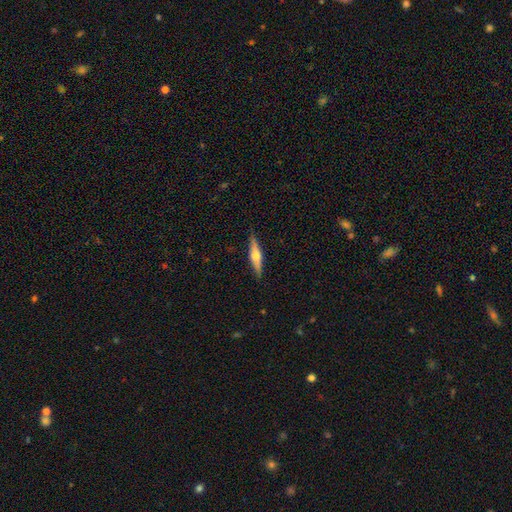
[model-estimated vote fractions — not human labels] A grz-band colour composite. It shows a featured or disk galaxy (63%) viewed edge-on (97%) with a rounded central bulge (91%). Merging: none (89%).